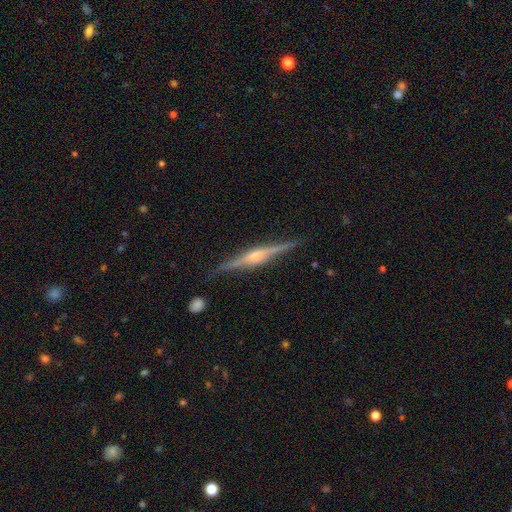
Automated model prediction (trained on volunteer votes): A featured or disk galaxy (84%) viewed edge-on (98%) with a rounded central bulge (80%). Merging: none (89%).